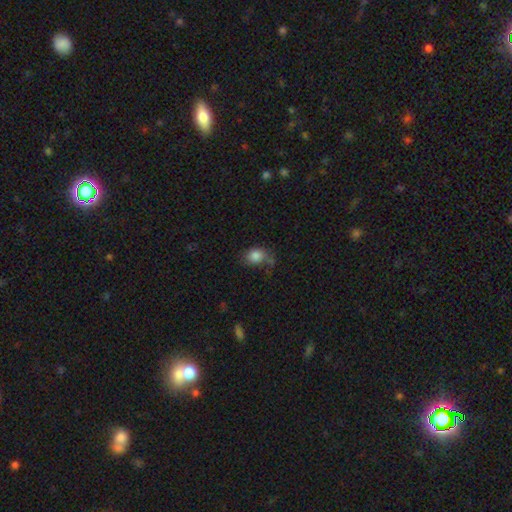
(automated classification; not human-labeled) smooth 84%, star or artifact 9%, featured or disk 7%. Down the decision tree: how rounded — in between (57%); merging — none (57%).